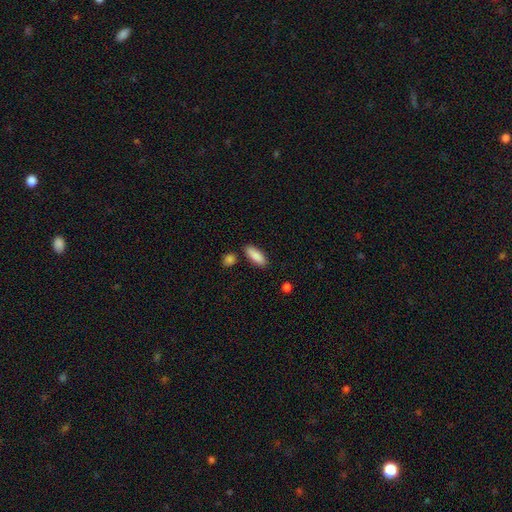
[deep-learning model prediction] smooth 89%, star or artifact 6%, featured or disk 5%. Down the decision tree: how rounded — in between (70%); merging — none (83%).